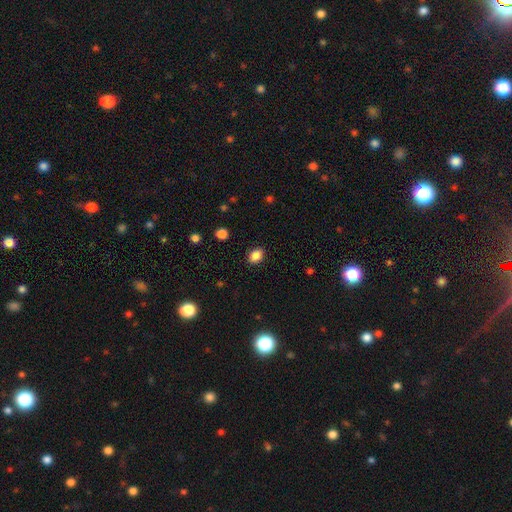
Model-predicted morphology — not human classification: This is clearly a smooth galaxy (86%). How rounded: likely in between (66%). Merging: clearly none (89%).